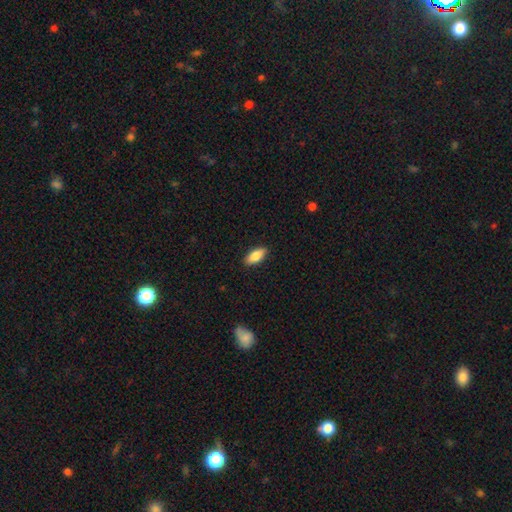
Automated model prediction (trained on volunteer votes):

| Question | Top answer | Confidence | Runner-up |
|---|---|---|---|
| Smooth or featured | smooth | 83% | featured or disk (10%) |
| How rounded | in between | 87% | cigar-shaped (11%) |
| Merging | none | 89% | minor disturbance (9%) |